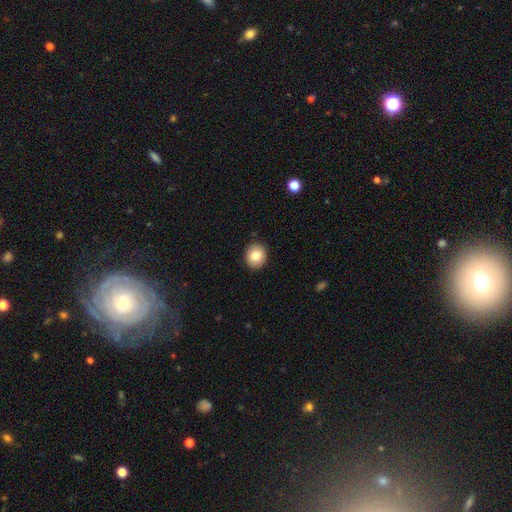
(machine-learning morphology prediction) Overall: smooth (83%). How rounded: round (72%). Merging: none (91%).